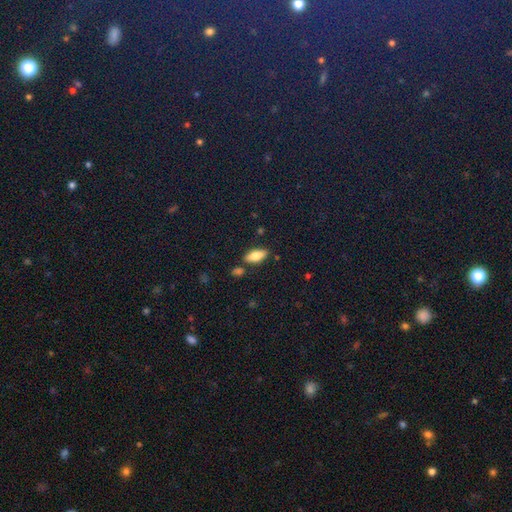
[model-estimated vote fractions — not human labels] smooth 74%, featured or disk 19%, star or artifact 7%. Down the decision tree: how rounded — in between (79%); merging — none (81%).